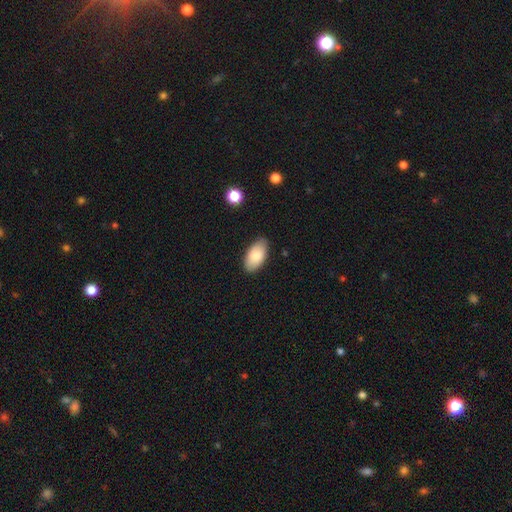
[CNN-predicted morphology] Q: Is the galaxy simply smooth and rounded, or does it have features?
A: smooth — 83%.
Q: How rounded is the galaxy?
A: in between — 95%.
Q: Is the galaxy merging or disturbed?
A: none — 84%.